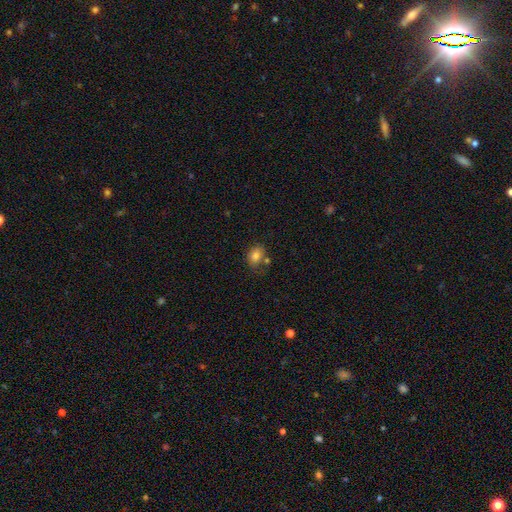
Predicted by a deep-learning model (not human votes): Smooth or featured? Predicted: smooth (p=0.81). How rounded? Predicted: in between (p=0.71). Merging? Predicted: none (p=0.58).